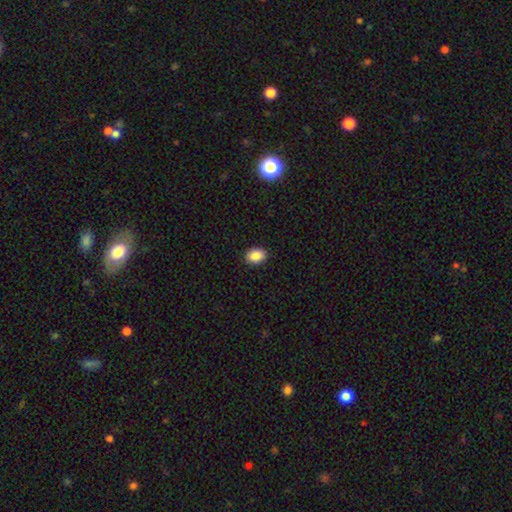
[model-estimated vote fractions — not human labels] A smooth galaxy with no disk features (89%) that is in between round and cigar-shaped (73%). Merging: none (90%).